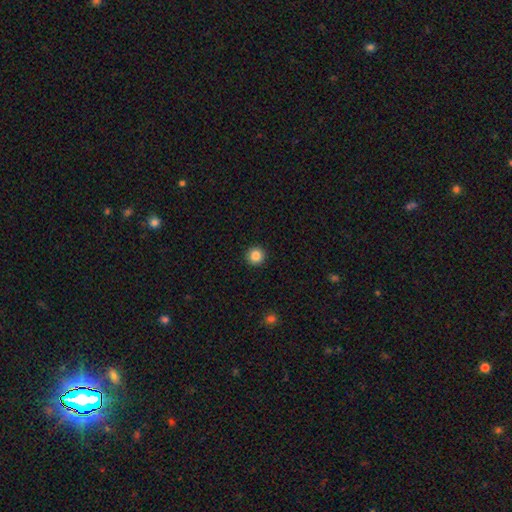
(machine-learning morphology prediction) smooth 86%, star or artifact 10%, featured or disk 4%. Down the decision tree: how rounded — round (96%); merging — none (94%).